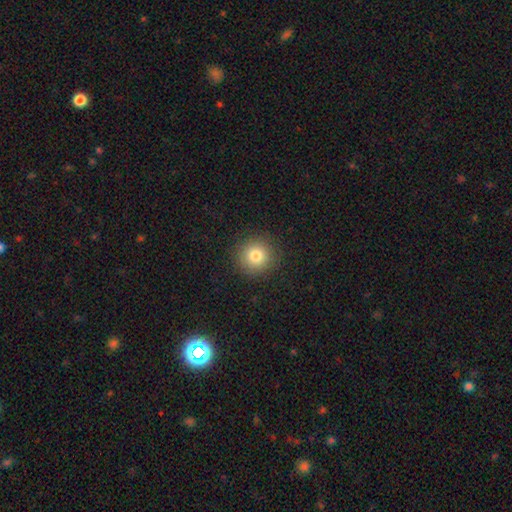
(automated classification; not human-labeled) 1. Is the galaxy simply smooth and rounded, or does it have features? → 81% smooth, 11% star or artifact, 7% featured or disk.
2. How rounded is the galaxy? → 94% round, 5% in between, 1% cigar-shaped.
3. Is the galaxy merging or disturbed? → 91% none, 6% minor disturbance, 2% major disturbance, 1% merger.